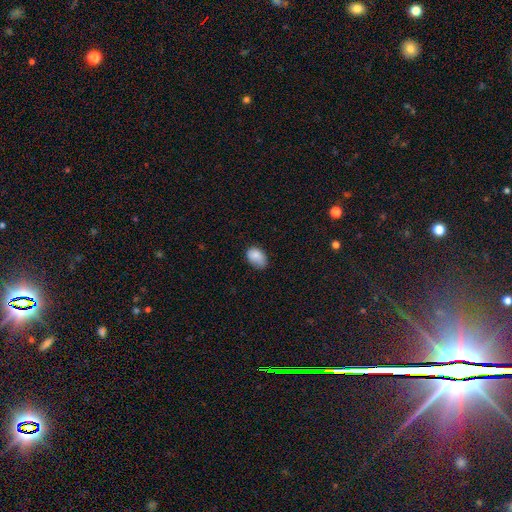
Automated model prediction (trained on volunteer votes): smooth-or-featured: smooth: 85% | star or artifact: 9% | featured or disk: 7%
  how-rounded: in between: 81% | round: 18% | cigar-shaped: 1%
  merging: none: 57% | minor disturbance: 35% | major disturbance: 7% | merger: 2%